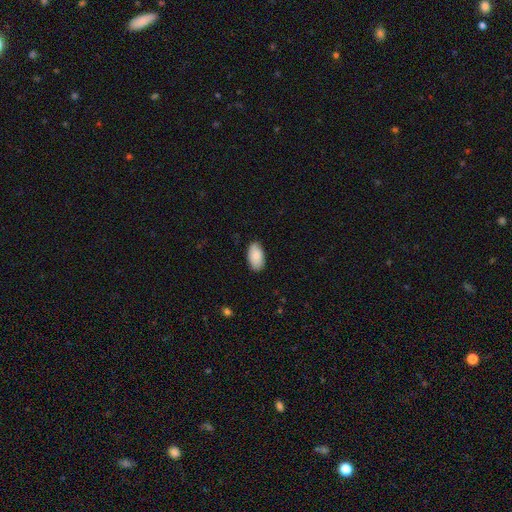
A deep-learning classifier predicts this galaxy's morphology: A smooth galaxy with no disk features (90%) that is in between round and cigar-shaped (96%). Merging: none (87%).